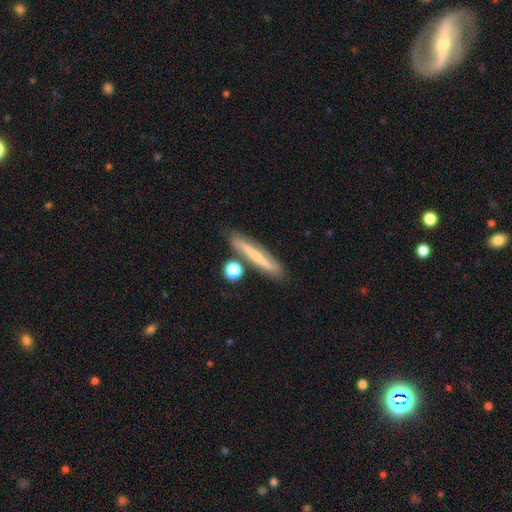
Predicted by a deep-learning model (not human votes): This appears to be a smooth galaxy with no disk features (50%). Merging: none (76%).